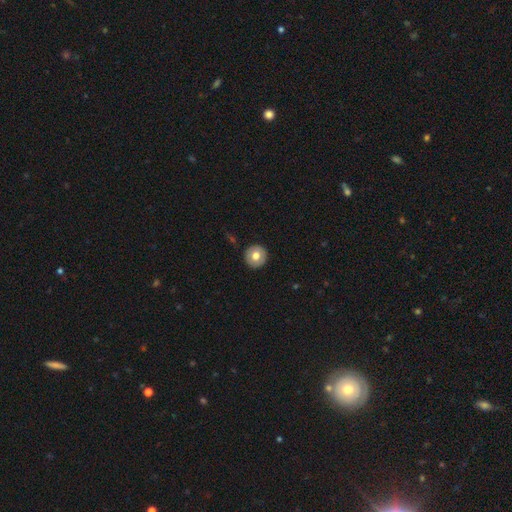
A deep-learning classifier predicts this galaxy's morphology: A smooth galaxy with no disk features (71%) that is round (95%).

Vote fractions:
- Smooth or featured? smooth: 71% / featured or disk: 22% / star or artifact: 7%
- How rounded? round: 95% / in between: 4% / cigar-shaped: 1%
- Merging? none: 92% / minor disturbance: 5% / major disturbance: 2% / merger: 1%